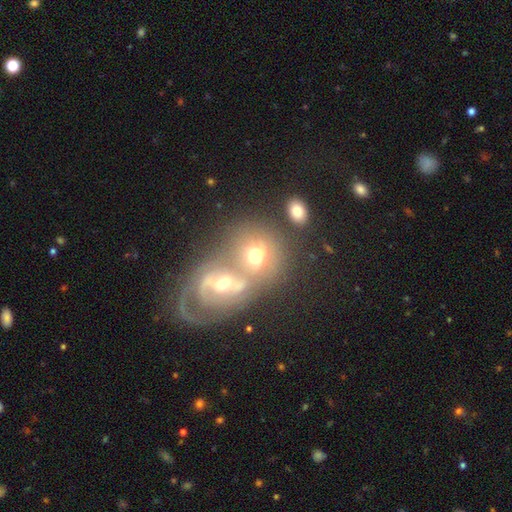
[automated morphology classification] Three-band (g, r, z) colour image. It shows a featured or disk galaxy (46%). Merging: merger (63%).